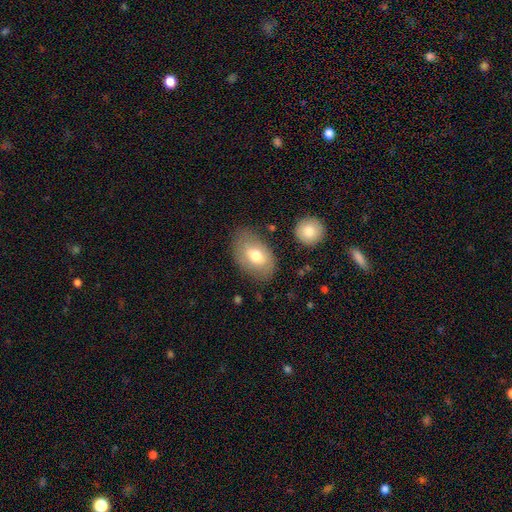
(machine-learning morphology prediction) smooth_or_featured: smooth (p=0.69) [alt: featured or disk p=0.24]
how_rounded: in between (p=0.89) [alt: round p=0.10]
merging: none (p=0.73) [alt: minor disturbance p=0.18]